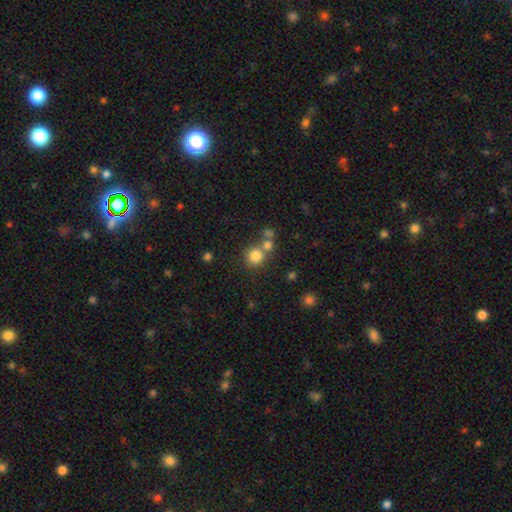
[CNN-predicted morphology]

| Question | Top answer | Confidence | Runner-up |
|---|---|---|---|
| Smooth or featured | smooth | 79% | star or artifact (13%) |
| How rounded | round | 91% | in between (8%) |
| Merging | none | 60% | merger (28%) |